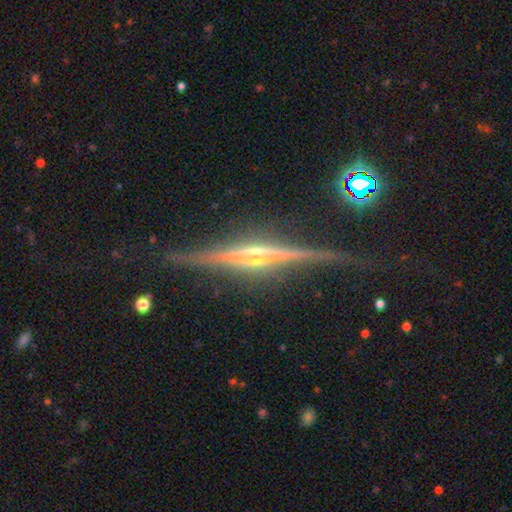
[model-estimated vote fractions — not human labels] Smooth or featured? featured or disk (87%)
Edge-on disk? yes (98%)
Edge-on bulge? rounded (90%)
Merging? none (84%)